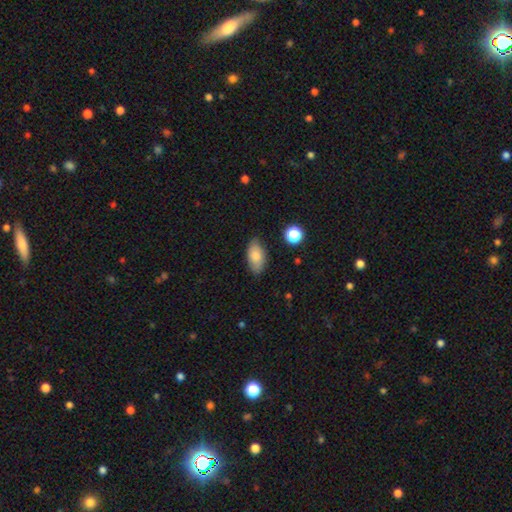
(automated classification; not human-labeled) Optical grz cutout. It shows a smooth galaxy with no disk features (79%) that is in between round and cigar-shaped (91%). Merging: none (79%).